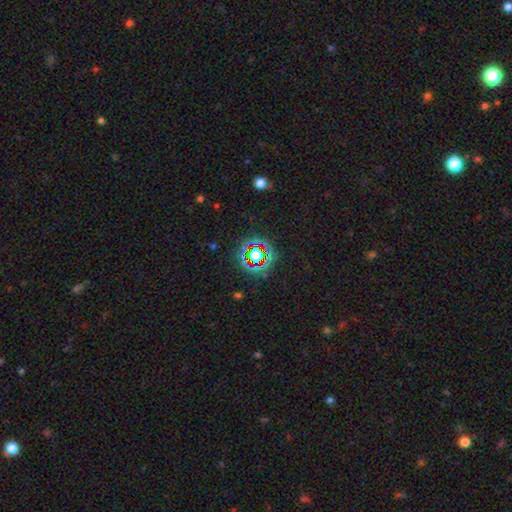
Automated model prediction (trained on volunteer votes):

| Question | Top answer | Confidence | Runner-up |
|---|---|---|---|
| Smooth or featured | star or artifact | 68% | smooth (21%) |